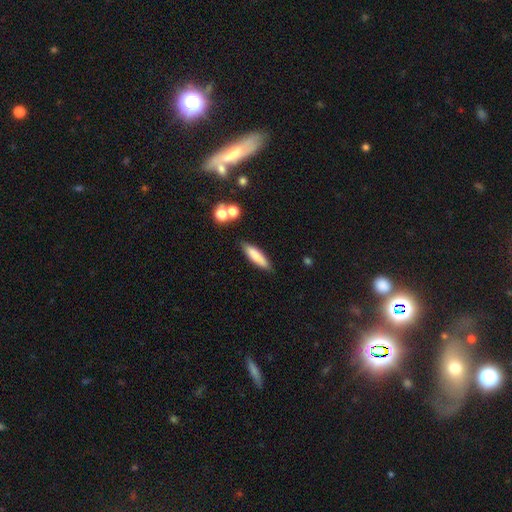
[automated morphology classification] Smooth or featured? Predicted: smooth (p=0.80). How rounded? Predicted: cigar-shaped (p=0.67). Merging? Predicted: none (p=0.84).